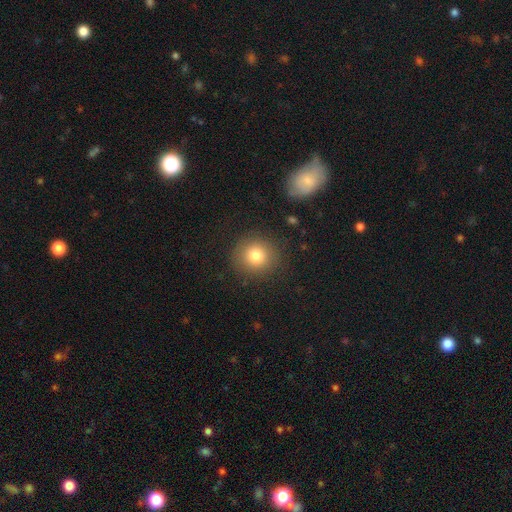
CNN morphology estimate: Overall: smooth (80%). How rounded: round (90%). Merging: none (88%).